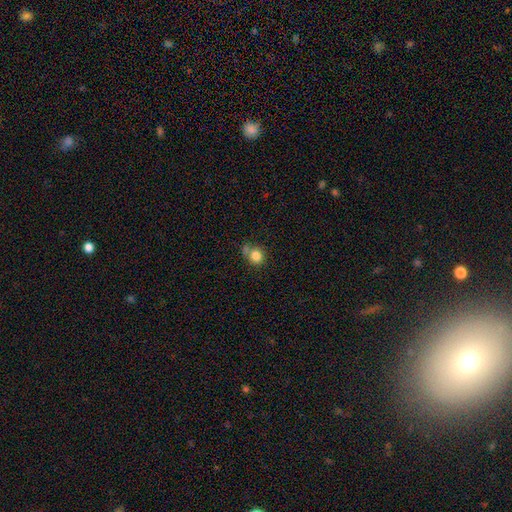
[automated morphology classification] Q: Smooth or featured?
A: smooth (83%); runner-up: star or artifact (10%)
Q: How rounded?
A: round (81%); runner-up: in between (18%)
Q: Merging?
A: none (57%); runner-up: merger (22%)